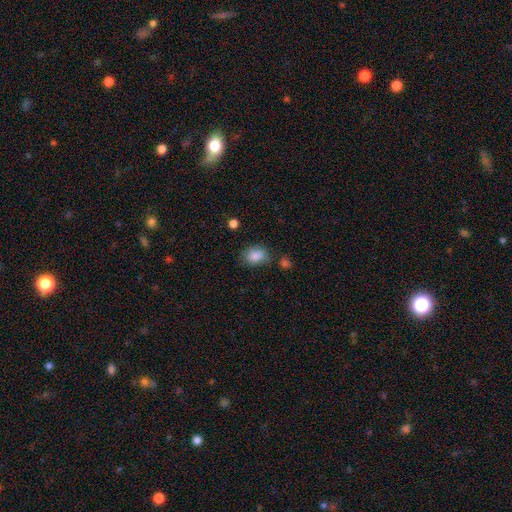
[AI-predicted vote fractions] The model was most divided on "how rounded": in between: 56%, round: 43%, cigar-shaped: 1%. More confident: smooth or featured — smooth (86%); merging — none (69%).